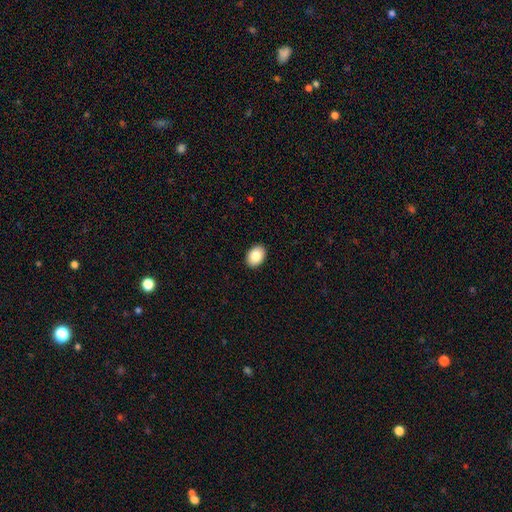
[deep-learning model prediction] Q: Smooth or featured?
A: smooth (85%); runner-up: star or artifact (7%)
Q: How rounded?
A: in between (78%); runner-up: round (21%)
Q: Merging?
A: none (91%); runner-up: minor disturbance (6%)